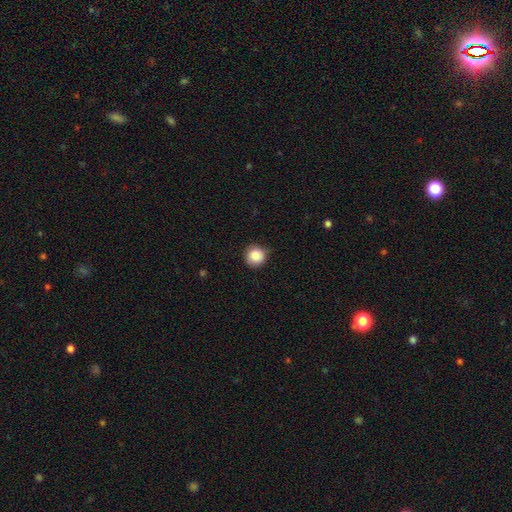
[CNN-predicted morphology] This is clearly a smooth galaxy (87%). How rounded: clearly round (93%). Merging: clearly none (83%).